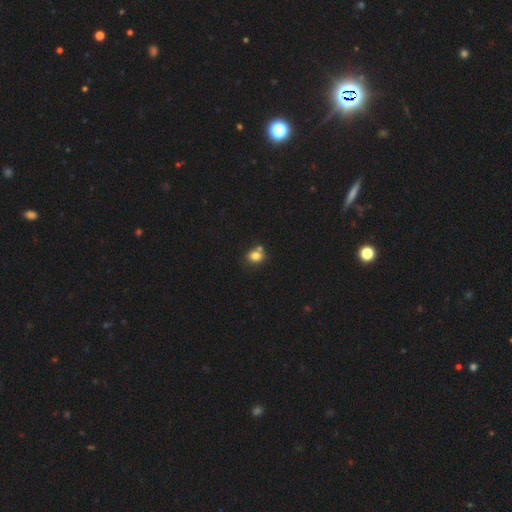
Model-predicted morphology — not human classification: A smooth galaxy with no disk features (80%) that is round (54%).

Vote fractions:
- Smooth or featured? smooth: 80% / star or artifact: 11% / featured or disk: 9%
- How rounded? round: 54% / in between: 45% / cigar-shaped: 1%
- Merging? none: 57% / merger: 25% / minor disturbance: 14% / major disturbance: 4%